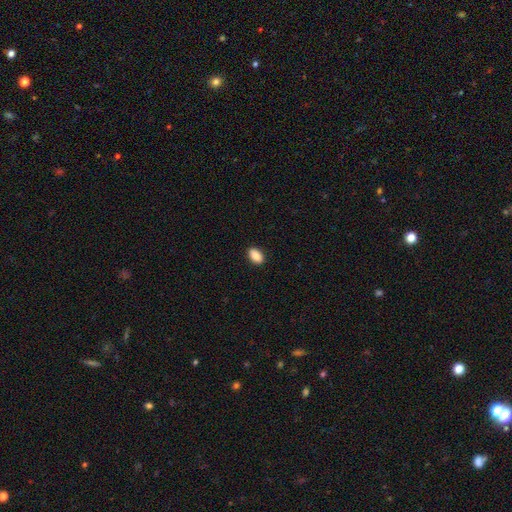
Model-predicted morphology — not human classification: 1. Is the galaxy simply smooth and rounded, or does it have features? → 90% smooth, 7% star or artifact, 3% featured or disk.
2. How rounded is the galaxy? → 91% in between, 7% round, 2% cigar-shaped.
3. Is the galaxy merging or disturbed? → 90% none, 7% minor disturbance, 2% major disturbance, 1% merger.